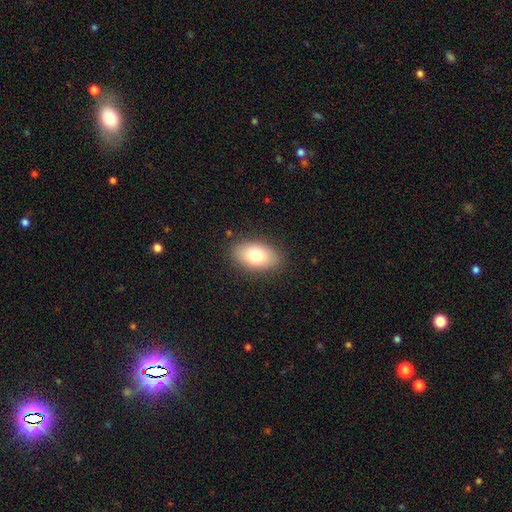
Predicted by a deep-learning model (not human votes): Q: Smooth or featured?
A: smooth (78%); runner-up: featured or disk (14%)
Q: How rounded?
A: in between (91%); runner-up: round (7%)
Q: Merging?
A: none (86%); runner-up: minor disturbance (10%)